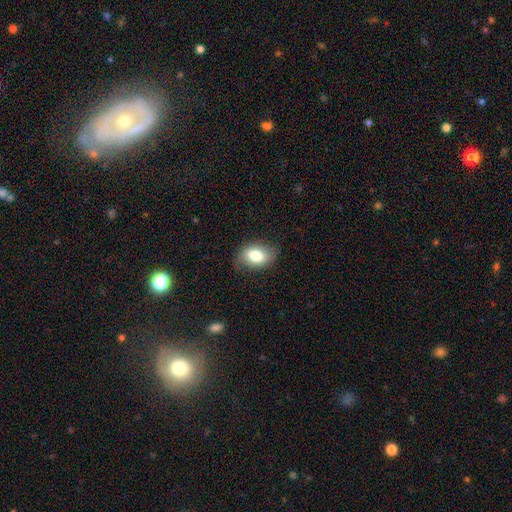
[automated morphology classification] A smooth galaxy with no disk features (78%) that is in between round and cigar-shaped (83%).

Vote fractions:
- Smooth or featured? smooth: 78% / featured or disk: 14% / star or artifact: 8%
- How rounded? in between: 83% / round: 16% / cigar-shaped: 1%
- Merging? none: 78% / minor disturbance: 17% / major disturbance: 4% / merger: 1%